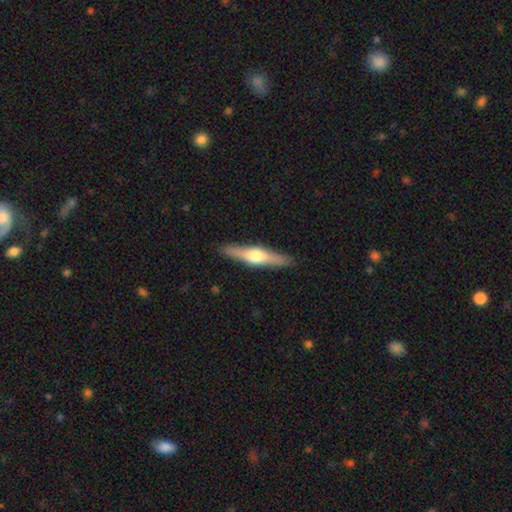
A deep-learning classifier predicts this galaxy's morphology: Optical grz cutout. It shows a featured or disk galaxy (59%) viewed edge-on (95%) with a rounded central bulge (92%). Merging: none (90%).